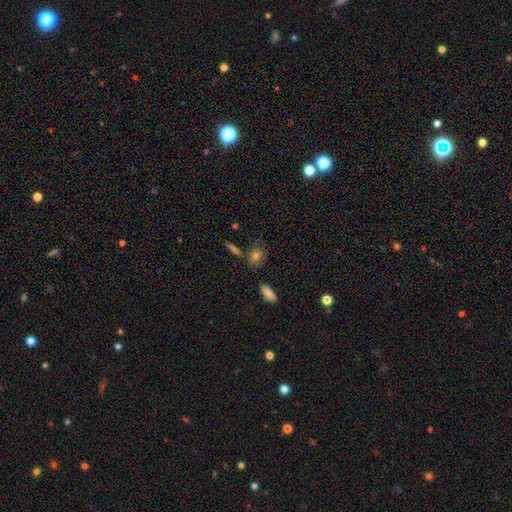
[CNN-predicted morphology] Overall: smooth (73%). How rounded: in between (62%; round 33%). Merging: none (67%).